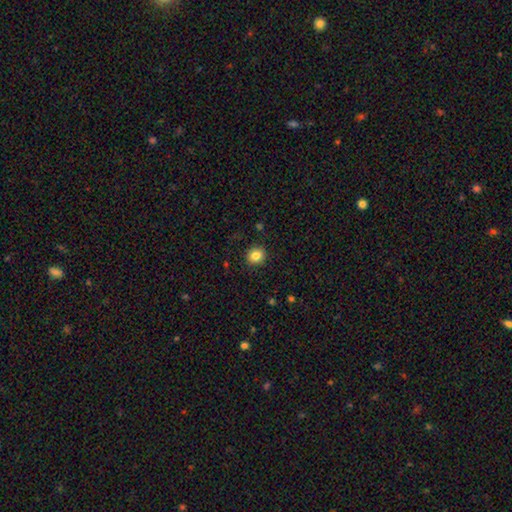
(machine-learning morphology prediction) The model was most divided on "how rounded": round: 84%, in between: 15%, cigar-shaped: 1%. More confident: merging — none (91%); smooth or featured — smooth (84%).